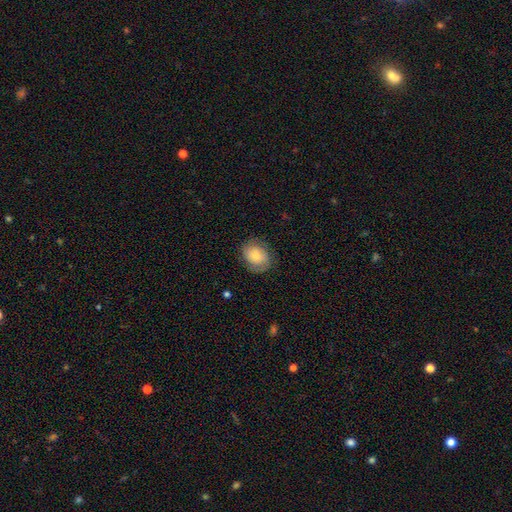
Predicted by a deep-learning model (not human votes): This appears to be a smooth galaxy with no disk features (69%) that is in between round and cigar-shaped (54%). Merging: none (73%).